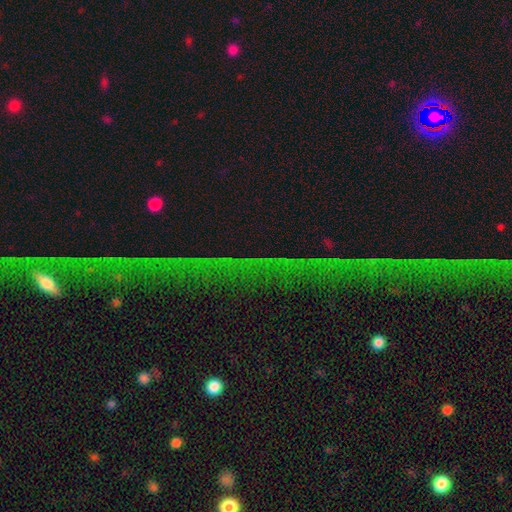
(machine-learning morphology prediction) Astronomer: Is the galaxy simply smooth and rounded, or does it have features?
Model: star or artifact — 75%.